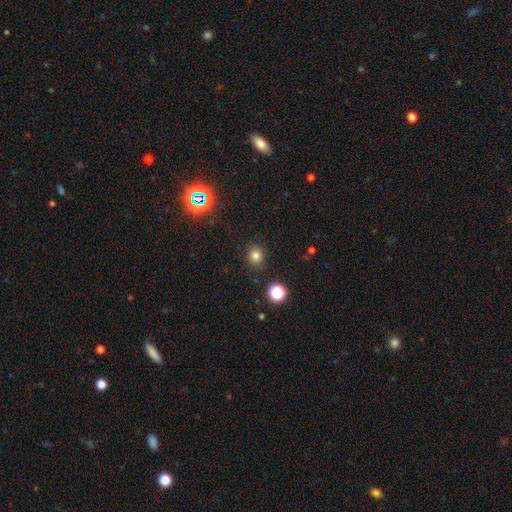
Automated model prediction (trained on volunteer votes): Overall: smooth (79%). How rounded: round (79%). Merging: none (87%).